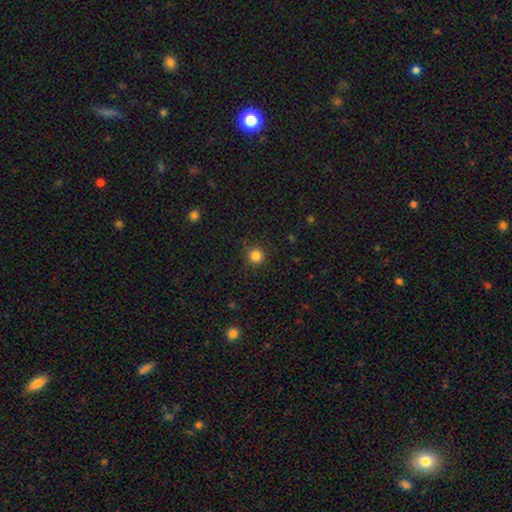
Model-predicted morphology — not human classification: type=smooth (84%); roundness=round (94%); merging=none (87%).